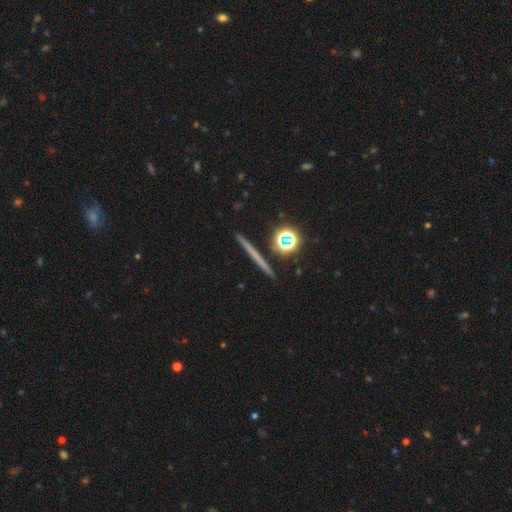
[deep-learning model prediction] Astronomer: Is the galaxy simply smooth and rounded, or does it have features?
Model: smooth — 41%, tied with featured or disk at 41%.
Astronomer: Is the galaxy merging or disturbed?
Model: none — 90%.